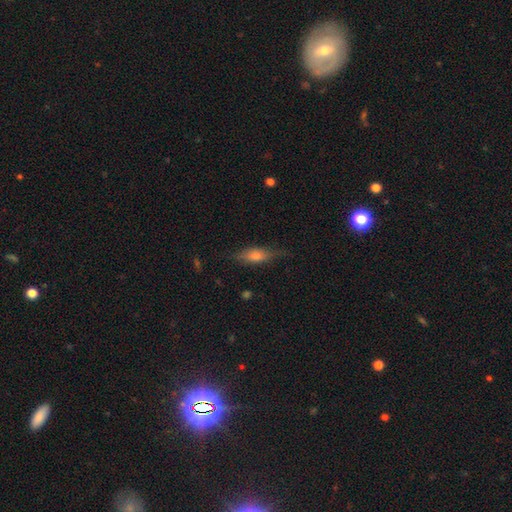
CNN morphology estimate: Smooth or featured?
  - smooth: 51% *
  - featured or disk: 39%
  - star or artifact: 10%
How rounded?
  - cigar-shaped: 51% *
  - in between: 45%
  - round: 4%
Merging?
  - none: 73% *
  - minor disturbance: 20%
  - major disturbance: 6%
  - merger: 1%